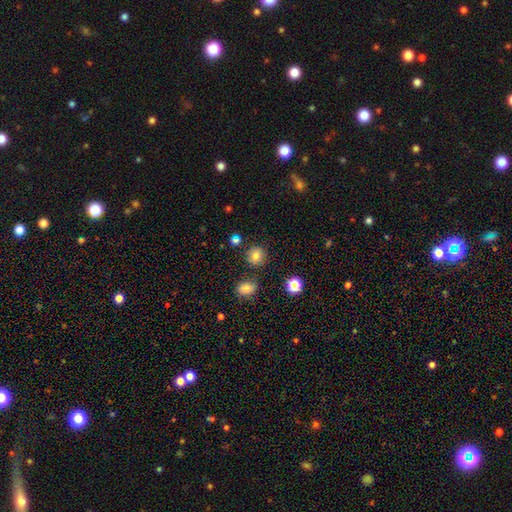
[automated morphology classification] smooth-or-featured: smooth: 77% | star or artifact: 15% | featured or disk: 8%
  how-rounded: round: 87% | in between: 12% | cigar-shaped: 1%
  merging: none: 81% | minor disturbance: 11% | merger: 5% | major disturbance: 3%